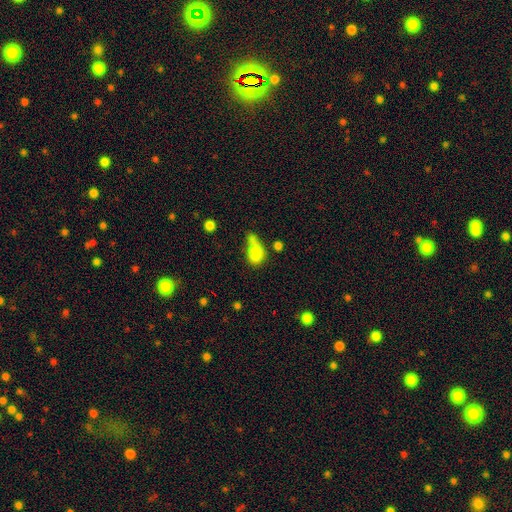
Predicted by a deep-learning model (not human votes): A smooth galaxy with no disk features (69%) that is in between round and cigar-shaped (69%). Merging: merger (46%).